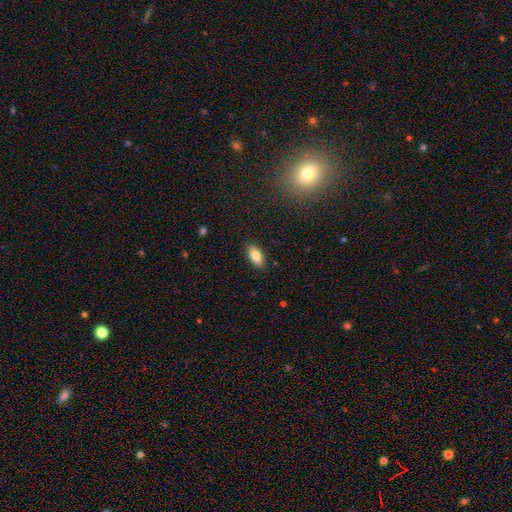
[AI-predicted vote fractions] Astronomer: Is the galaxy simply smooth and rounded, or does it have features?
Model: smooth — 81%.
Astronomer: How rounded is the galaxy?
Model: in between — 88%.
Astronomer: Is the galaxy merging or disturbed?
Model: none — 88%.